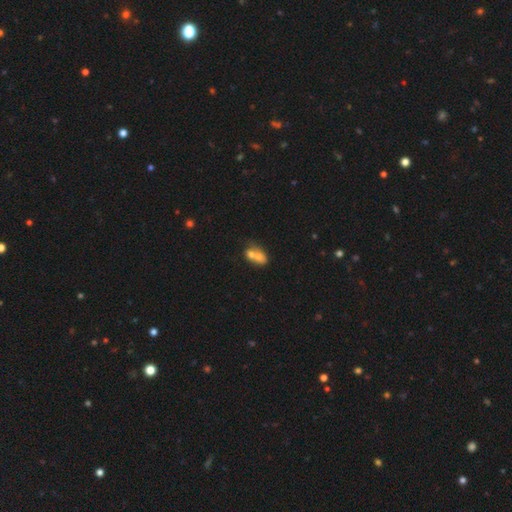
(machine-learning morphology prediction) This appears to be a smooth galaxy with no disk features (68%) that is in between round and cigar-shaped (65%). Merging: merger (71%).